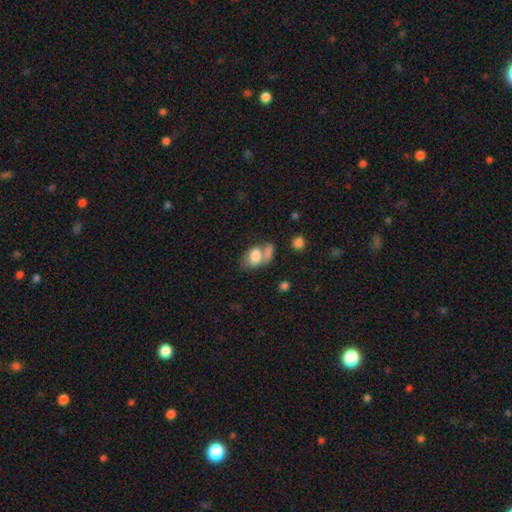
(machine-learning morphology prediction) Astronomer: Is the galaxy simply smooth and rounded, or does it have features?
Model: smooth — 77%.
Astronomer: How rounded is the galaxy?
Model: in between — 83%.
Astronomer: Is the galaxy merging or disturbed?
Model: merger — 44% (runner-up: none, 30%).